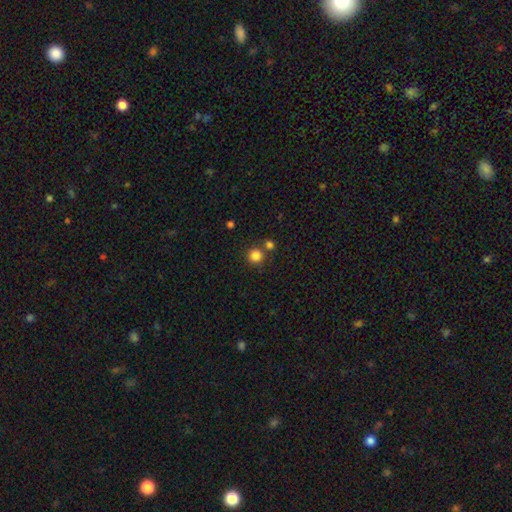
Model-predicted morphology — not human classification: Overall: smooth (84%). How rounded: round (94%). Merging: none (74%).